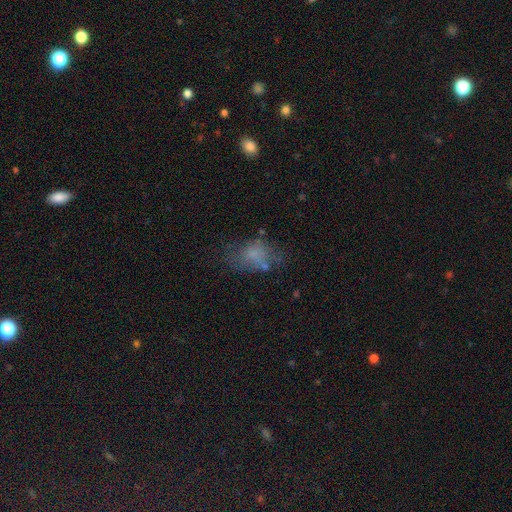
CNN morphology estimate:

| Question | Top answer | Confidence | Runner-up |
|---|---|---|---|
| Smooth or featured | smooth | 62% | featured or disk (23%) |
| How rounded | in between | 79% | round (18%) |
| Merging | none | 48% | minor disturbance (25%) |